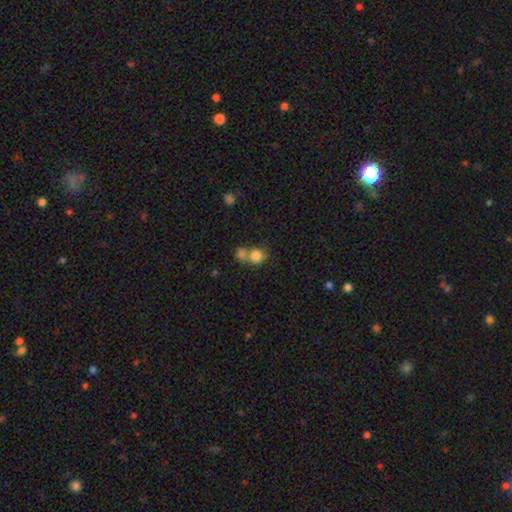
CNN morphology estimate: Q: Smooth or featured?
A: smooth (82%); runner-up: star or artifact (10%)
Q: How rounded?
A: round (79%); runner-up: in between (20%)
Q: Merging?
A: merger (49%); runner-up: none (41%)